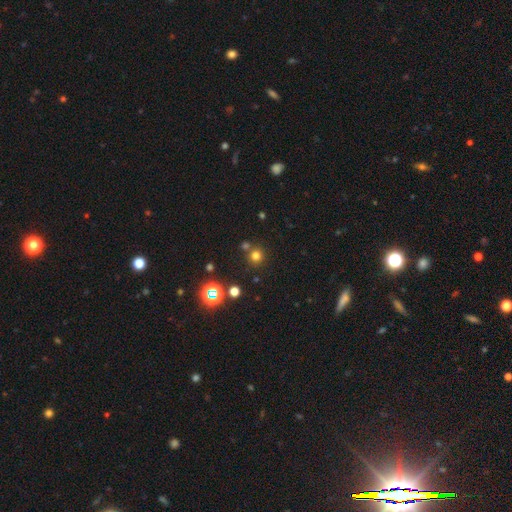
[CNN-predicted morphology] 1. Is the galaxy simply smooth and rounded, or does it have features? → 70% smooth, 24% star or artifact, 6% featured or disk.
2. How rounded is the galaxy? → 93% round, 6% in between, 1% cigar-shaped.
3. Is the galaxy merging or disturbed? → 76% none, 14% merger, 7% minor disturbance, 3% major disturbance.